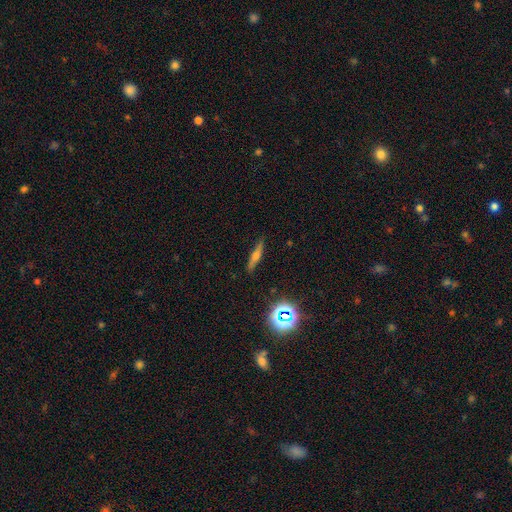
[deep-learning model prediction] Overall: featured or disk (45%; smooth 41%). Merging: none (86%).